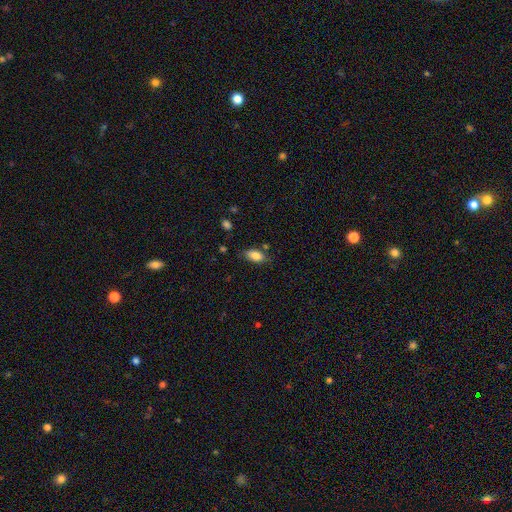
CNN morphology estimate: Smooth or featured: smooth — 83% (featured or disk — 9%)
How rounded: in between — 89% (cigar-shaped — 6%)
Merging: none — 76% (minor disturbance — 16%)